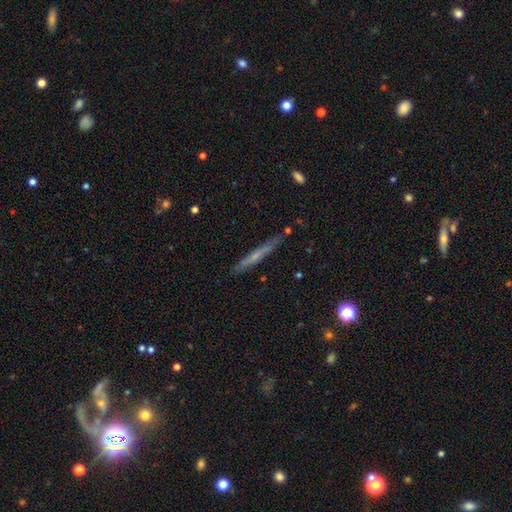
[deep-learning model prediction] This is possibly a featured or disk galaxy (50%). Merging: clearly none (82%).